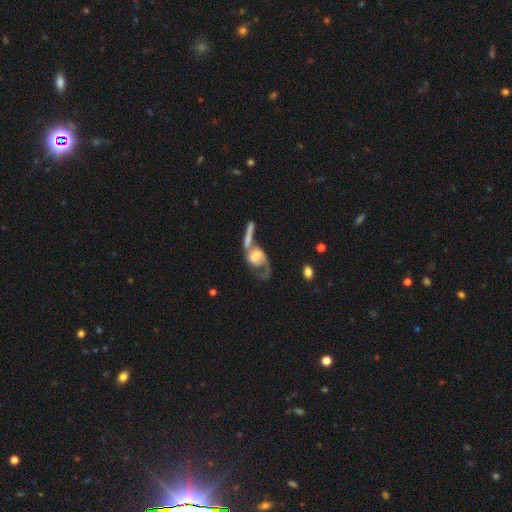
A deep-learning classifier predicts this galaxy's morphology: Q: Smooth or featured?
A: featured or disk (62%); runner-up: smooth (31%)
Q: Edge-on disk?
A: no (92%); runner-up: yes (8%)
Q: Bar?
A: no (64%); runner-up: weak (28%)
Q: Spiral arms?
A: yes (73%); runner-up: no (27%)
Q: Bulge size?
A: moderate (40%); runner-up: large (26%)
Q: Merging?
A: merger (51%); runner-up: major disturbance (23%)